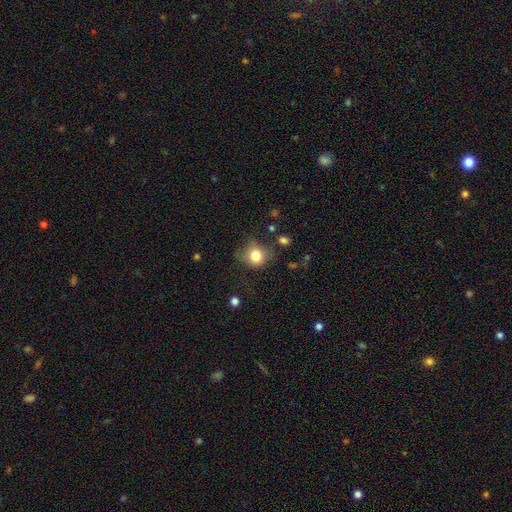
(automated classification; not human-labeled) Overall: smooth (79%). How rounded: round (78%). Merging: none (62%; minor disturbance 24%).